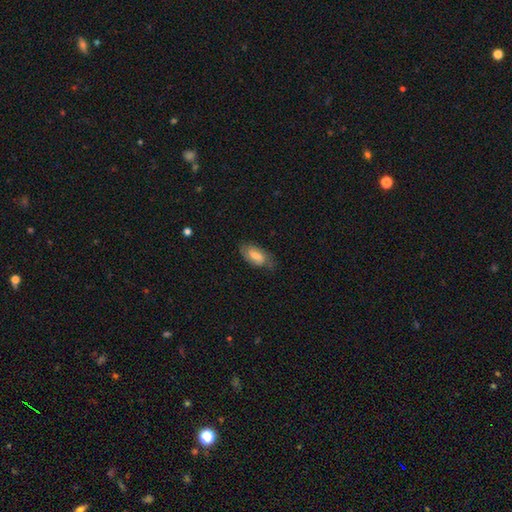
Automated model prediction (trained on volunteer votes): A smooth galaxy with no disk features (50%) that is in between round and cigar-shaped (88%).

Vote fractions:
- Smooth or featured? smooth: 50% / featured or disk: 42% / star or artifact: 8%
- How rounded? in between: 88% / cigar-shaped: 8% / round: 4%
- Merging? none: 68% / minor disturbance: 24% / major disturbance: 7% / merger: 1%